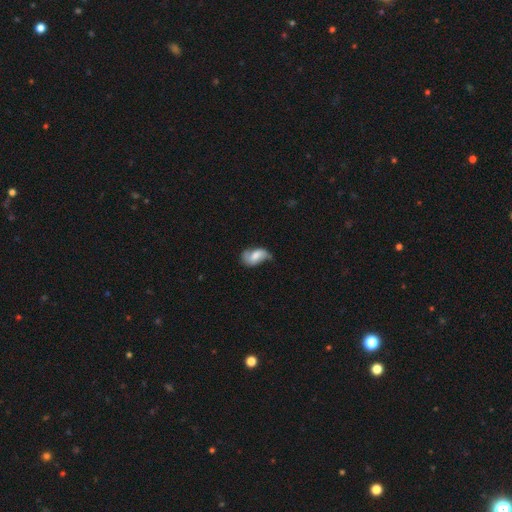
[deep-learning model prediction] smooth_or_featured: featured or disk (p=0.48) [alt: smooth p=0.44]
merging: none (p=0.41) [alt: minor disturbance p=0.36]